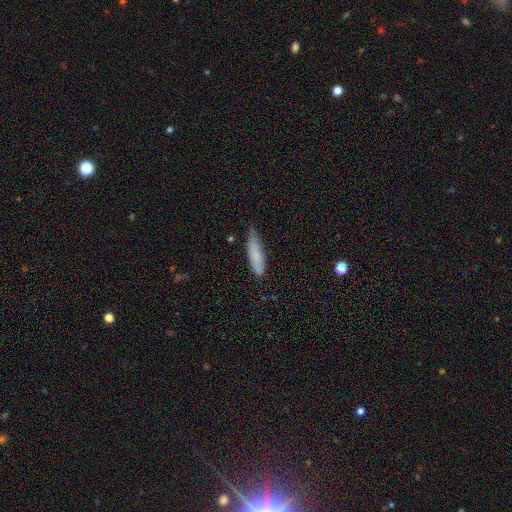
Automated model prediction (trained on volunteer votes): Morphology: type=smooth (82%); roundness=cigar-shaped (73%); merging=none (69%).